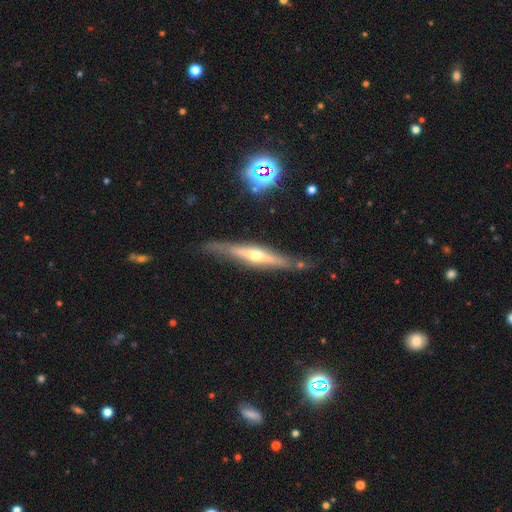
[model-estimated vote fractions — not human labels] Smooth or featured? Predicted: featured or disk (p=0.69). Edge-on disk? Predicted: yes (p=0.93). Edge-on bulge? Predicted: rounded (p=0.85). Merging? Predicted: none (p=0.79).